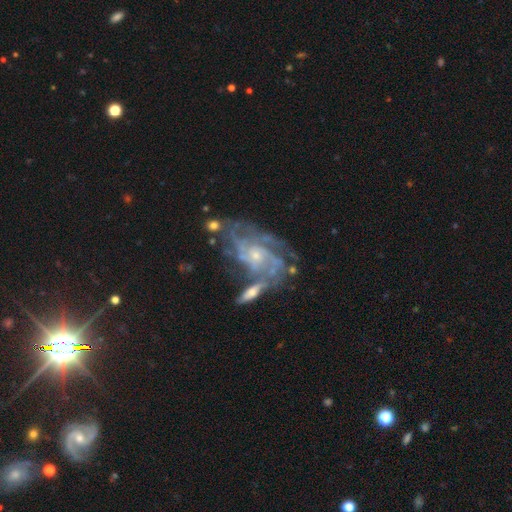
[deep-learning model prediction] The model was most divided on "spiral arm count": can't tell: 31%, 3: 23%, 2: 17%, 4: 16%, more than 4: 7%, 1: 6%. Remaining: edge-on disk — no (96%); spiral arms — yes (94%); smooth or featured — featured or disk (85%); bulge size — small (71%); bar — no (69%); spiral winding — tight (53%); merging — none (45%).